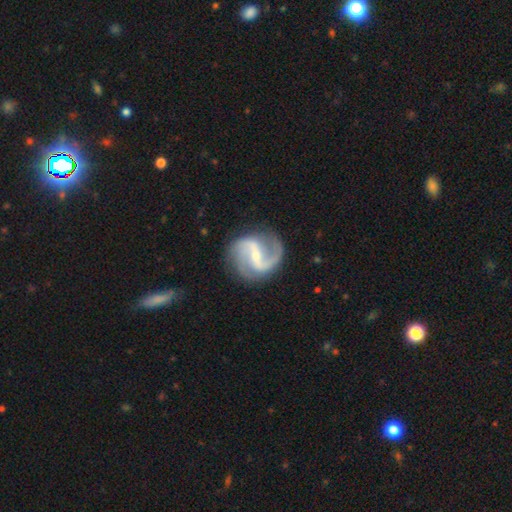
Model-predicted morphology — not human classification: Overall: featured or disk (91%). Edge-on disk: no (98%). Bar: strong (41%, tied with weak). Spiral arms: yes (97%). Spiral arm count: 2 (89%). Spiral winding: medium (46%; loose 44%). Bulge size: small (71%). Merging: none (81%).